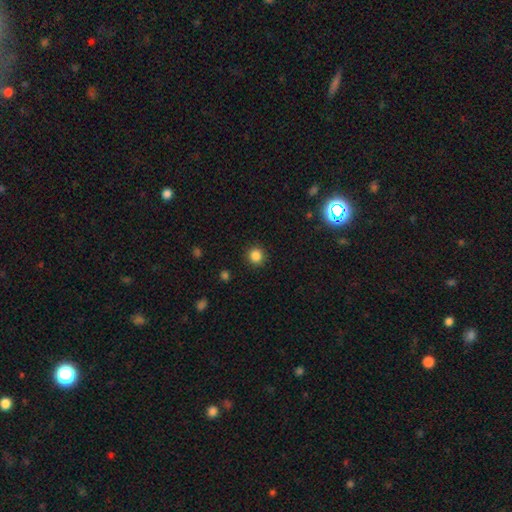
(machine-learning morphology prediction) smooth_or_featured: smooth (p=0.85) [alt: star or artifact p=0.12]
how_rounded: round (p=0.93) [alt: in between p=0.06]
merging: none (p=0.91) [alt: minor disturbance p=0.06]